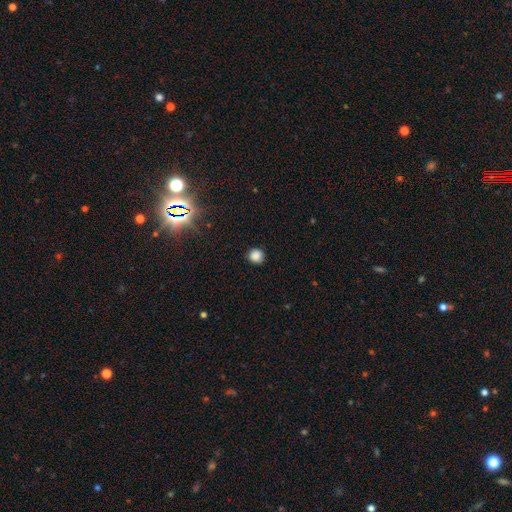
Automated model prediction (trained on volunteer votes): This is clearly a smooth galaxy (83%). How rounded: clearly round (92%). Merging: clearly none (90%).